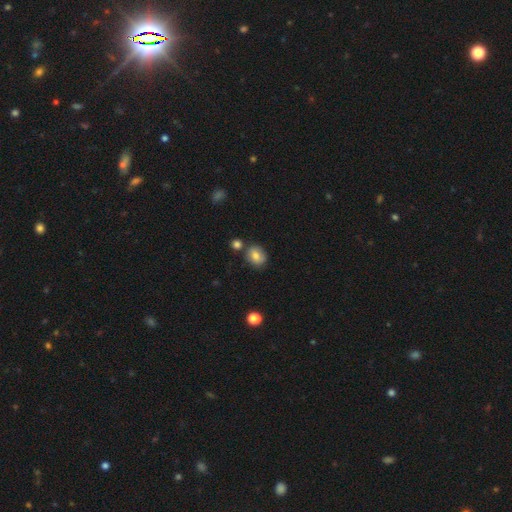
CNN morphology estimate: type=smooth (78%); roundness=round (59%); merging=none (75%).